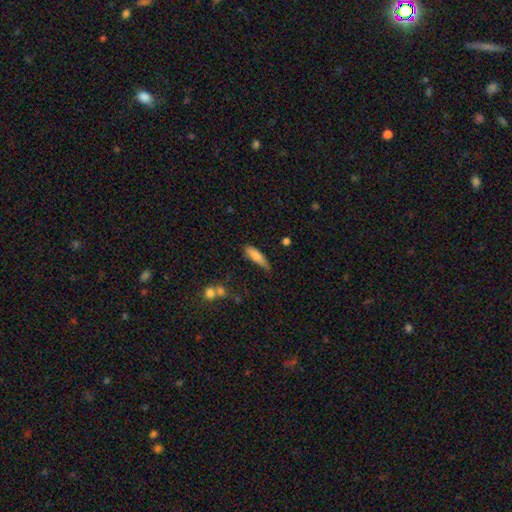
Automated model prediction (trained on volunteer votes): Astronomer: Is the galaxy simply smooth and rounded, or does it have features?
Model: smooth — 80%.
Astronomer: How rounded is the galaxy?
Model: cigar-shaped — 60% (runner-up: in between, 38%).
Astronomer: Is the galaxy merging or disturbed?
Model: none — 53% (runner-up: minor disturbance, 35%).